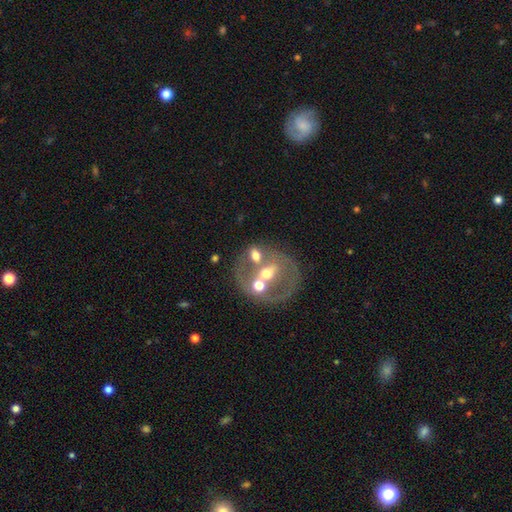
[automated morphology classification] smooth_or_featured: featured or disk (p=0.50) [alt: smooth p=0.38]
disk_edge_on: no (p=0.95) [alt: yes p=0.05]
merging: merger (p=0.51) [alt: none p=0.31]